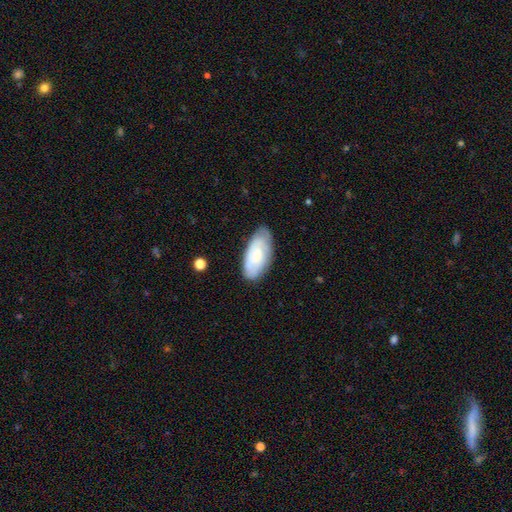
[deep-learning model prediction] smooth_or_featured: smooth (p=0.56) [alt: featured or disk p=0.37]
how_rounded: in between (p=0.92) [alt: cigar-shaped p=0.06]
merging: none (p=0.71) [alt: minor disturbance p=0.22]